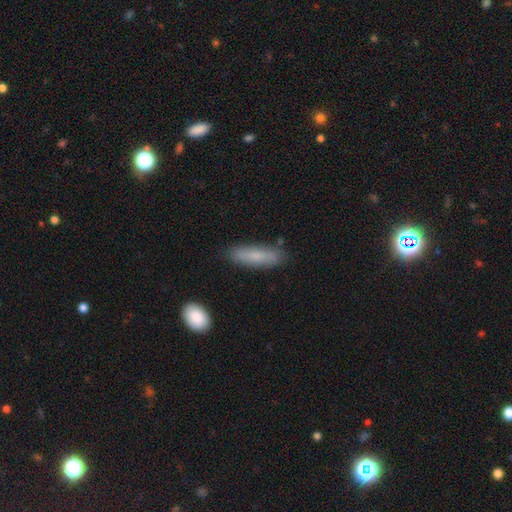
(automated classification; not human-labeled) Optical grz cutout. It shows a smooth galaxy with no disk features (77%) that is cigar-shaped (62%). Merging: none (82%).